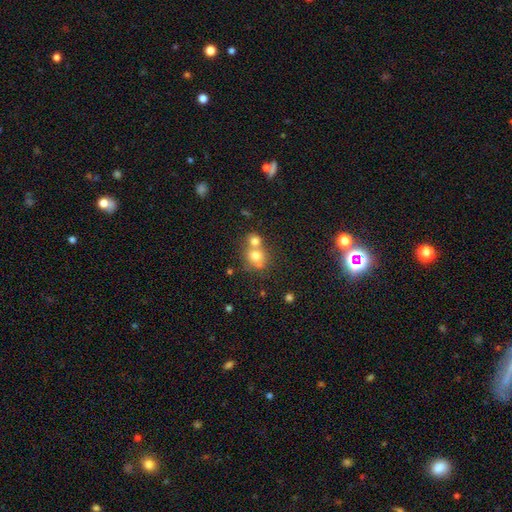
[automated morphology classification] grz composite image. It shows a smooth galaxy with no disk features (71%) that is round (71%). Merging: merger (56%).